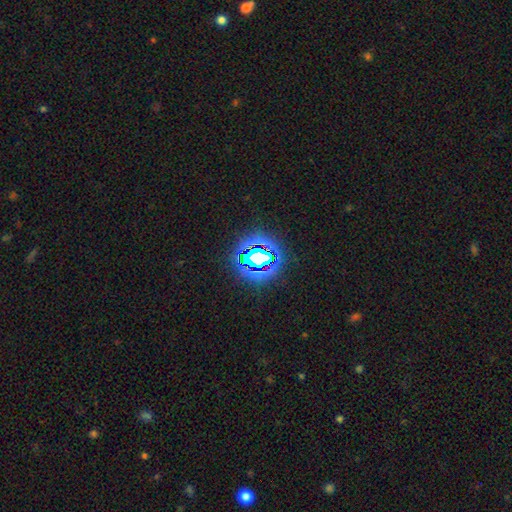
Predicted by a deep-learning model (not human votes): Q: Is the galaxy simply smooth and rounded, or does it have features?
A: star or artifact — 69%.